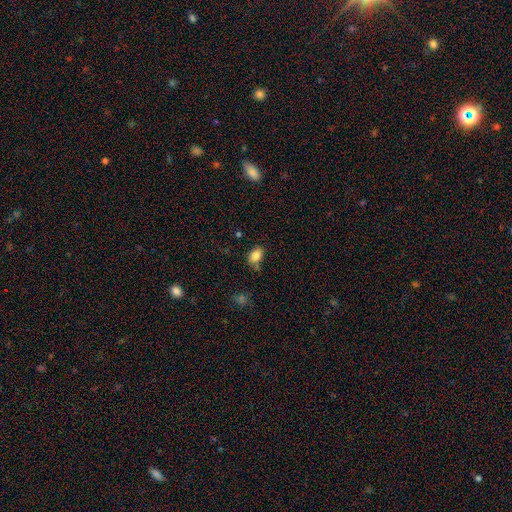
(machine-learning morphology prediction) This appears to be a smooth galaxy with no disk features (84%) that is in between round and cigar-shaped (81%). Merging: none (73%).